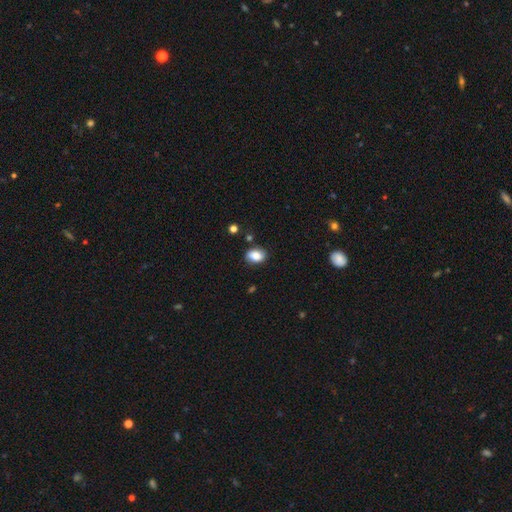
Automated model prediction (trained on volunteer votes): Smooth or featured? smooth (81%)
How rounded? in between (79%)
Merging? none (79%)